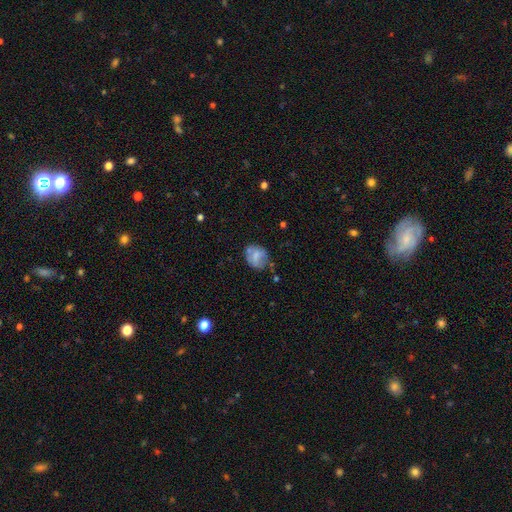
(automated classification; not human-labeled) This is likely a smooth galaxy (63%). How rounded: possibly round (51%). Merging: possibly none (52%).